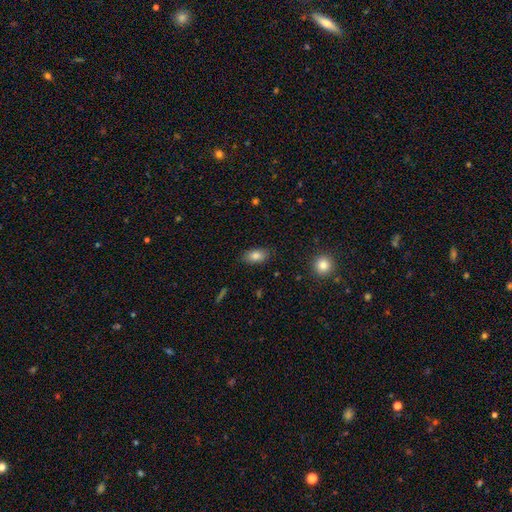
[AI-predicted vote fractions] Smooth or featured? smooth (83%)
How rounded? in between (90%)
Merging? none (85%)